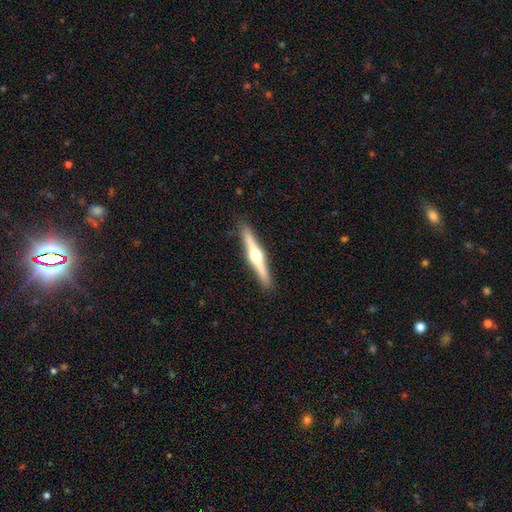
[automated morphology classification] featured or disk 76%, smooth 19%, star or artifact 5%. Down the decision tree: edge-on disk — yes (98%); edge-on bulge — rounded (95%); merging — none (91%).